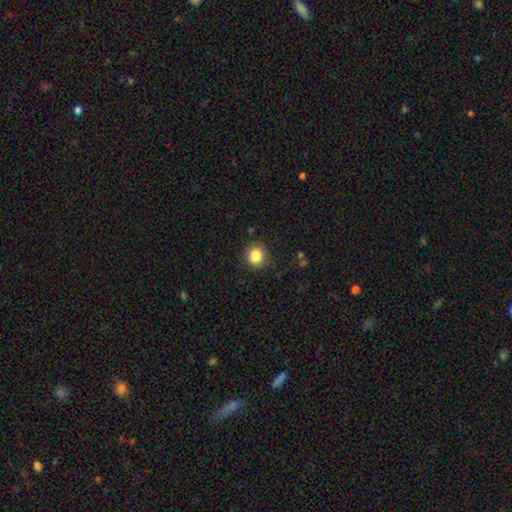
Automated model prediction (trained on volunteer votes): Smooth or featured? smooth (85%)
How rounded? round (80%)
Merging? none (87%)